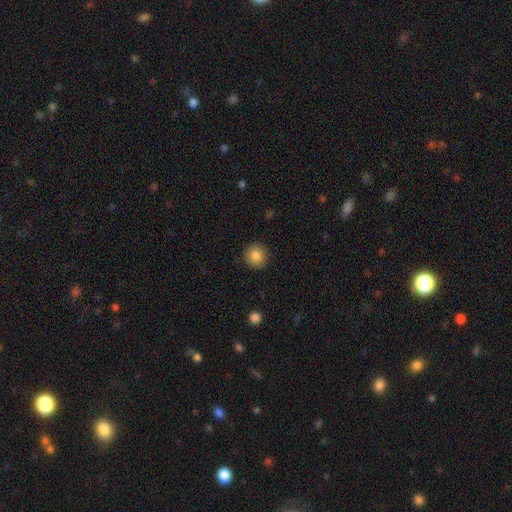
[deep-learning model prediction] Smooth or featured: smooth — 84% (star or artifact — 9%)
How rounded: round — 91% (in between — 8%)
Merging: none — 90% (minor disturbance — 7%)